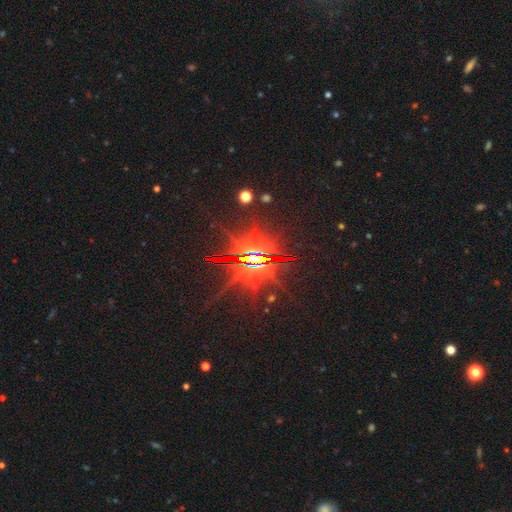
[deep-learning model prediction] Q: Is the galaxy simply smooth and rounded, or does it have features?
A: star or artifact — 81%.